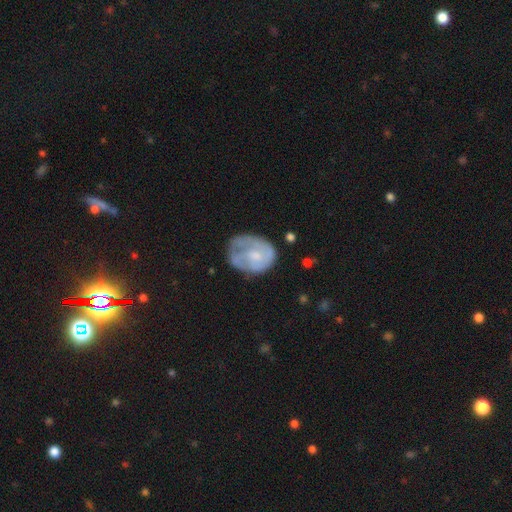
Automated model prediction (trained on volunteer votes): A featured or disk galaxy (56%) with no bar (72%), spiral arms (66%) and a small central bulge (43%). Merging: none (50%).